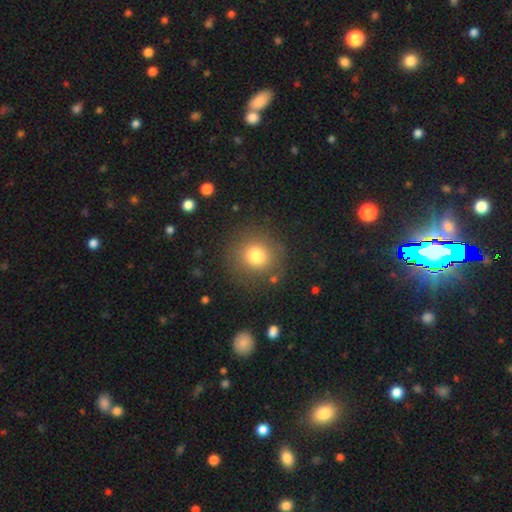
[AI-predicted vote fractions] A smooth galaxy with no disk features (77%) that is round (92%). Merging: none (85%).